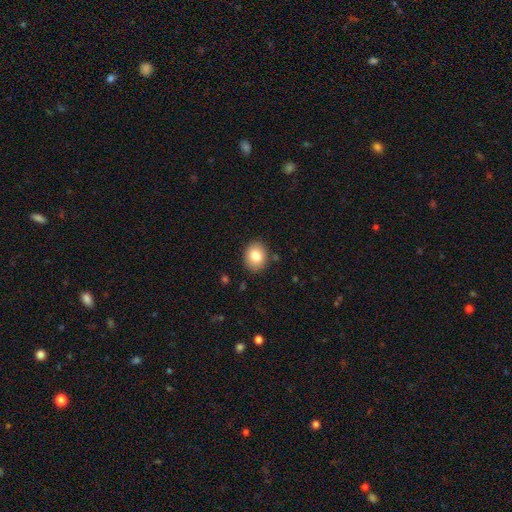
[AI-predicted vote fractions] A smooth galaxy with no disk features (82%) that is round (61%).

Vote fractions:
- Smooth or featured? smooth: 82% / featured or disk: 9% / star or artifact: 9%
- How rounded? round: 61% / in between: 38% / cigar-shaped: 1%
- Merging? none: 87% / minor disturbance: 9% / major disturbance: 2% / merger: 2%